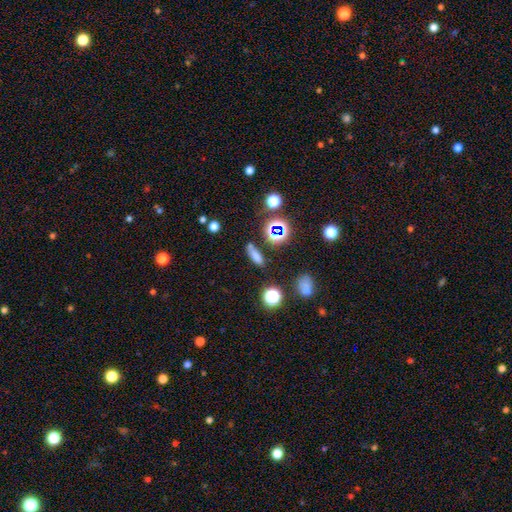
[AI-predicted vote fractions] Smooth or featured: smooth — 69% (star or artifact — 20%)
How rounded: cigar-shaped — 50% (in between — 41%)
Merging: none — 76% (minor disturbance — 14%)